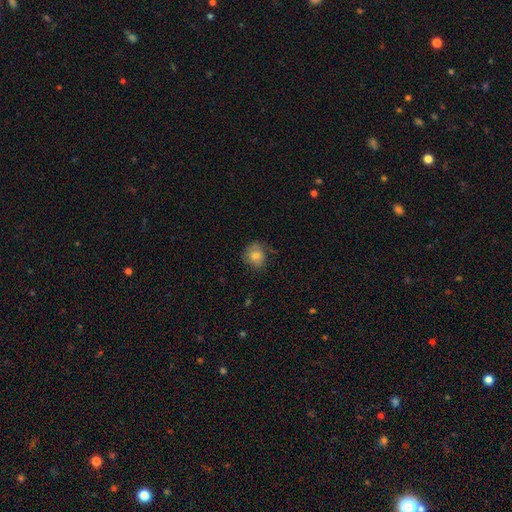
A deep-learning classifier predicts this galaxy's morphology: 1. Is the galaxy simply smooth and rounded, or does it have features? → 77% smooth, 13% featured or disk, 10% star or artifact.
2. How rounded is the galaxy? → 73% round, 26% in between, 1% cigar-shaped.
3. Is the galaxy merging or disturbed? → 69% none, 24% minor disturbance, 6% major disturbance, 1% merger.